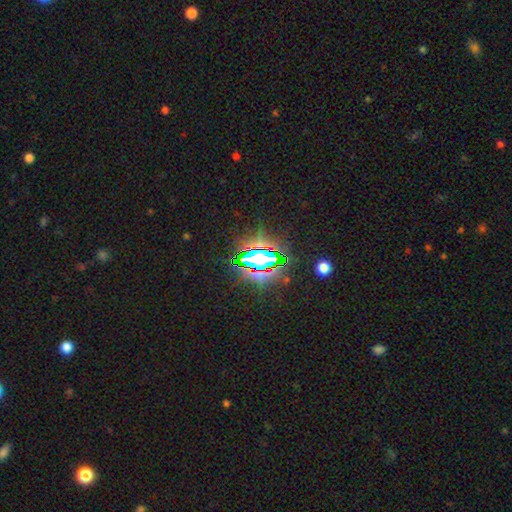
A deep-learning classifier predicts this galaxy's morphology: This appears to be a star or artifact, not a galaxy (74%).